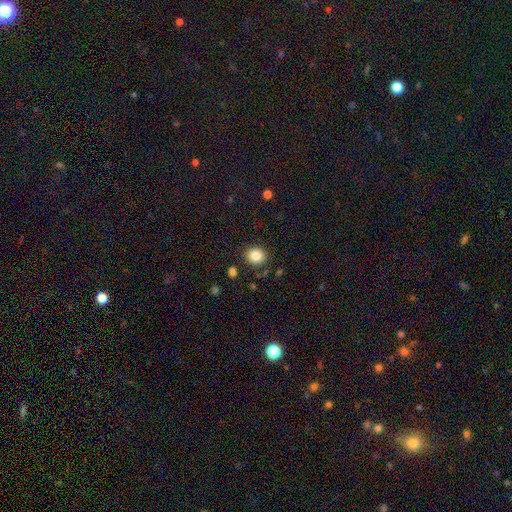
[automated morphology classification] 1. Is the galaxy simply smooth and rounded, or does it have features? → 85% smooth, 10% star or artifact, 5% featured or disk.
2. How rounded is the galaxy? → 72% round, 27% in between, 1% cigar-shaped.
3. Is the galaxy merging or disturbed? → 87% none, 8% minor disturbance, 3% major disturbance, 2% merger.